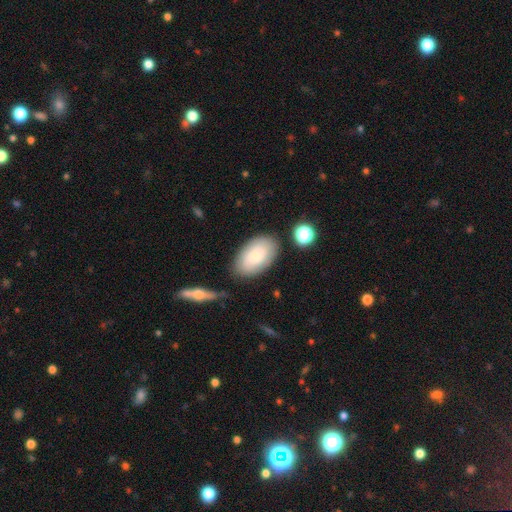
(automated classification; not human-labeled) A smooth galaxy with no disk features (63%) that is in between round and cigar-shaped (92%). Merging: none (77%).